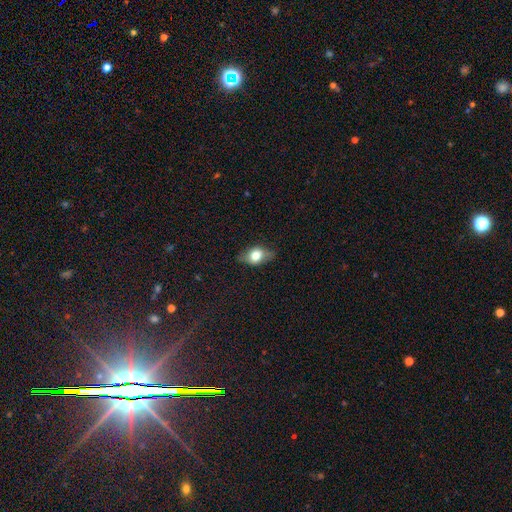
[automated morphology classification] This is likely a smooth galaxy (63%). How rounded: likely in between (72%). Merging: likely none (74%).